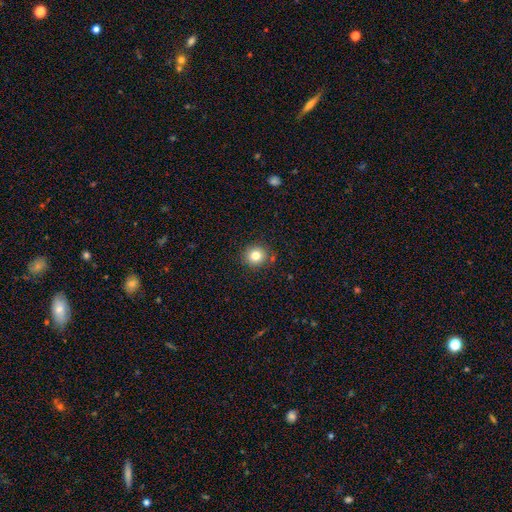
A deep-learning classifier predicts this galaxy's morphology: Q: Smooth or featured?
A: smooth (81%); runner-up: star or artifact (11%)
Q: How rounded?
A: round (90%); runner-up: in between (10%)
Q: Merging?
A: none (87%); runner-up: minor disturbance (8%)